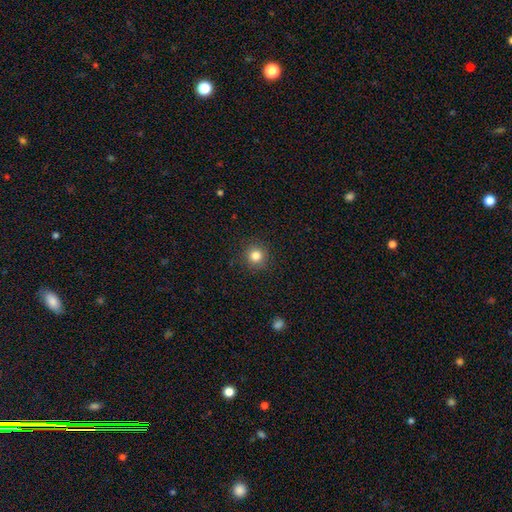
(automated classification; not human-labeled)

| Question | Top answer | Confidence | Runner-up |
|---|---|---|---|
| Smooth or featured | smooth | 82% | star or artifact (12%) |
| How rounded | round | 94% | in between (5%) |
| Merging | none | 91% | minor disturbance (6%) |